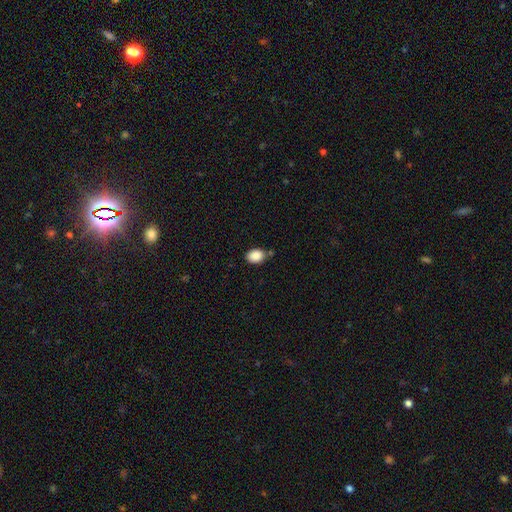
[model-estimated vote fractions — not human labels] Morphology: type=smooth (89%); roundness=in between (70%); merging=none (75%).